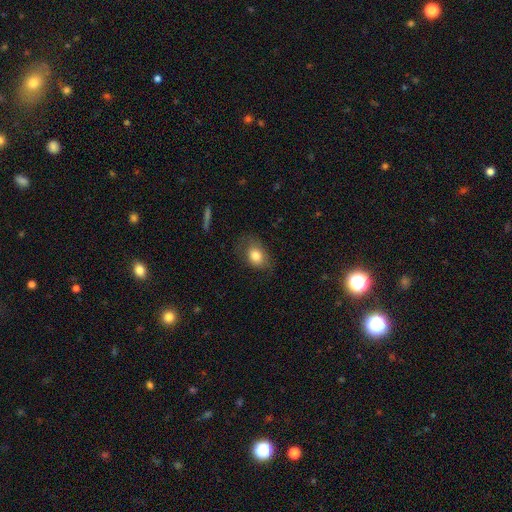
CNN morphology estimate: smooth 80%, featured or disk 12%, star or artifact 8%. Down the decision tree: how rounded — in between (69%); merging — none (62%).